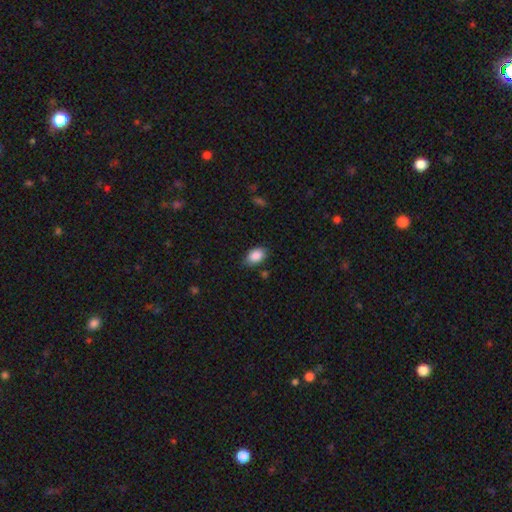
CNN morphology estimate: Q: Smooth or featured?
A: smooth (89%); runner-up: star or artifact (7%)
Q: How rounded?
A: in between (87%); runner-up: round (12%)
Q: Merging?
A: none (78%); runner-up: minor disturbance (17%)